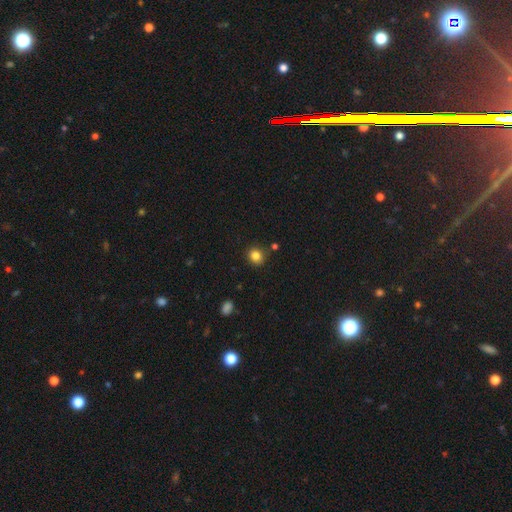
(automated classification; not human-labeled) This appears to be a smooth galaxy with no disk features (83%) that is round (80%). Merging: none (86%).